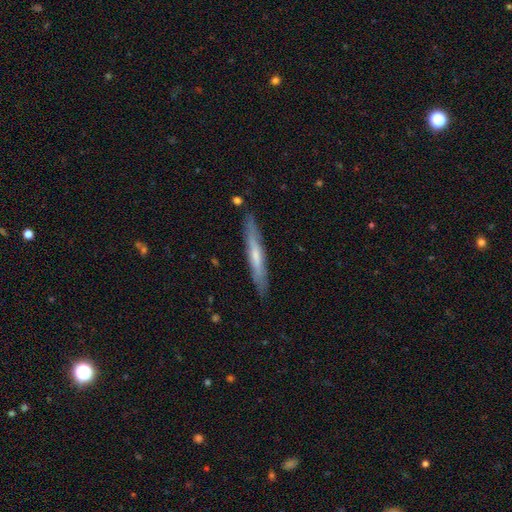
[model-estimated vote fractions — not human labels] Morphology: type=featured or disk (50%); edge-on=yes (87%); merging=none (85%).